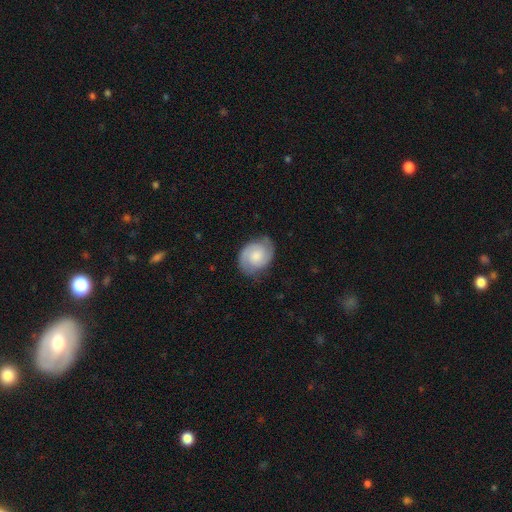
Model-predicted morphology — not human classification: Q: Smooth or featured?
A: featured or disk (66%); runner-up: smooth (27%)
Q: Edge-on disk?
A: no (98%); runner-up: yes (2%)
Q: Bar?
A: no (67%); runner-up: weak (28%)
Q: Spiral arms?
A: yes (93%); runner-up: no (7%)
Q: Spiral winding?
A: tight (48%); runner-up: medium (41%)
Q: Spiral arm count?
A: 2 (87%); runner-up: can't tell (7%)
Q: Bulge size?
A: moderate (39%); runner-up: small (28%)
Q: Merging?
A: none (74%); runner-up: minor disturbance (19%)